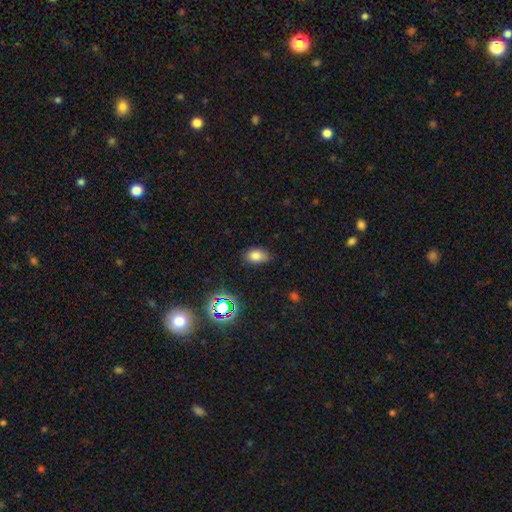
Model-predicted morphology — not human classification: type=smooth (77%); roundness=in between (86%); merging=none (72%).